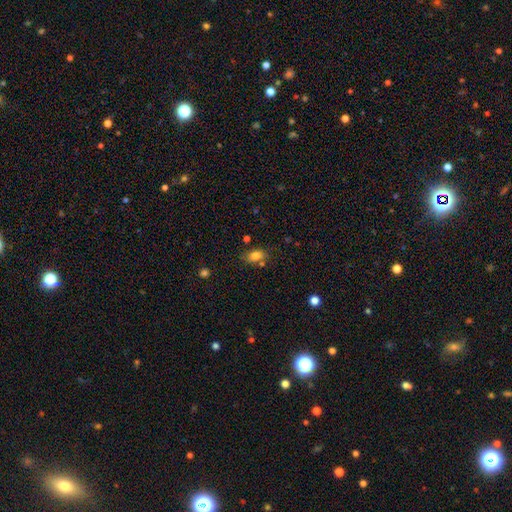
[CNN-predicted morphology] Smooth or featured? Predicted: smooth (p=0.79). How rounded? Predicted: in between (p=0.78). Merging? Predicted: none (p=0.68).